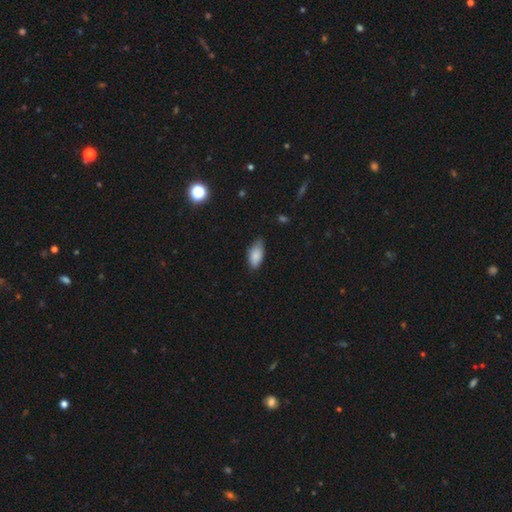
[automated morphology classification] smooth_or_featured: smooth (p=0.85) [alt: featured or disk p=0.08]
how_rounded: in between (p=0.91) [alt: cigar-shaped p=0.06]
merging: none (p=0.66) [alt: minor disturbance p=0.29]